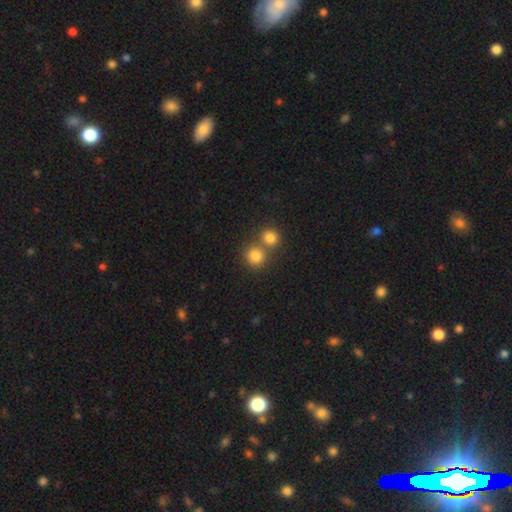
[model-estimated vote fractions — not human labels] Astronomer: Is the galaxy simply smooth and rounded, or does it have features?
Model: smooth — 82%.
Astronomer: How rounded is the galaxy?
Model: round — 88%.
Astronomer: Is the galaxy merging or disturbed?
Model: none — 54% (runner-up: merger, 38%).